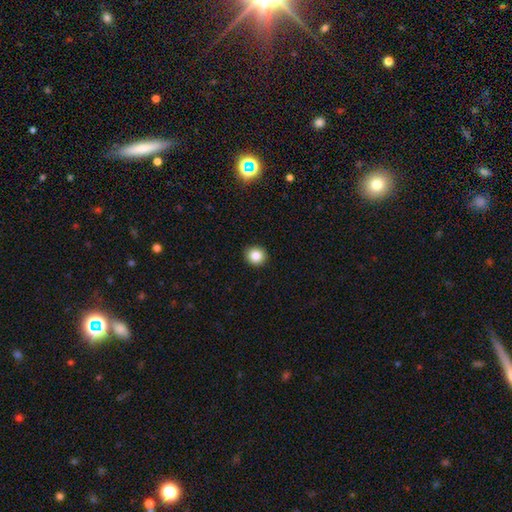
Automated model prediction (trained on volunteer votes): The model was most divided on "smooth or featured": smooth: 85%, star or artifact: 10%, featured or disk: 5%. More confident: merging — none (92%); how rounded — round (91%).